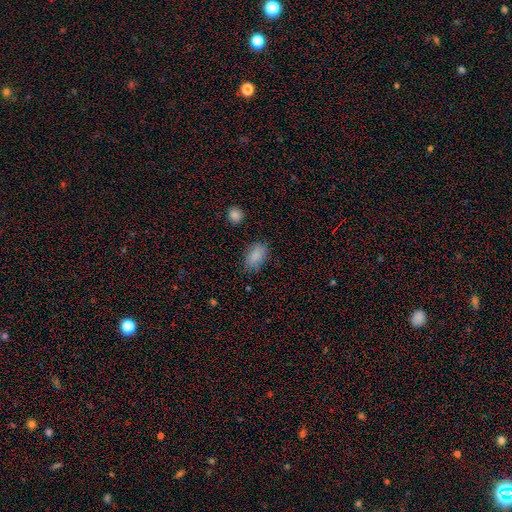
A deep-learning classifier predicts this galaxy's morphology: Smooth or featured?
  - smooth: 85% *
  - star or artifact: 9%
  - featured or disk: 6%
How rounded?
  - in between: 91% *
  - round: 7%
  - cigar-shaped: 2%
Merging?
  - none: 78% *
  - minor disturbance: 17%
  - major disturbance: 4%
  - merger: 2%